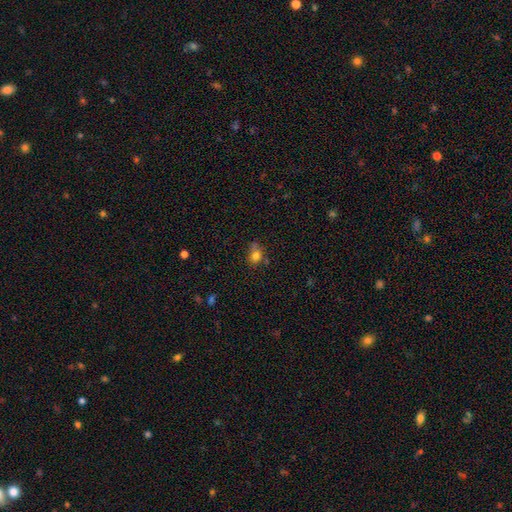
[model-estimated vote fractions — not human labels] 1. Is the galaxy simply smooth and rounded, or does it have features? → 77% smooth, 13% star or artifact, 10% featured or disk.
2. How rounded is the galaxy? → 50% round, 48% in between, 2% cigar-shaped.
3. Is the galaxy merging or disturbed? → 53% none, 28% minor disturbance, 11% merger, 9% major disturbance.